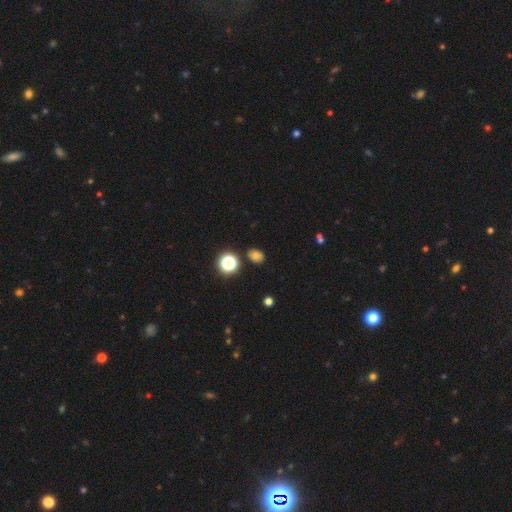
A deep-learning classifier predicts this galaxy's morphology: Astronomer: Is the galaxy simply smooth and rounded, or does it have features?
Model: smooth — 68%.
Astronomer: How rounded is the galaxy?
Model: in between — 54% (runner-up: round, 45%).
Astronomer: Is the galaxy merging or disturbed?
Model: none — 83%.